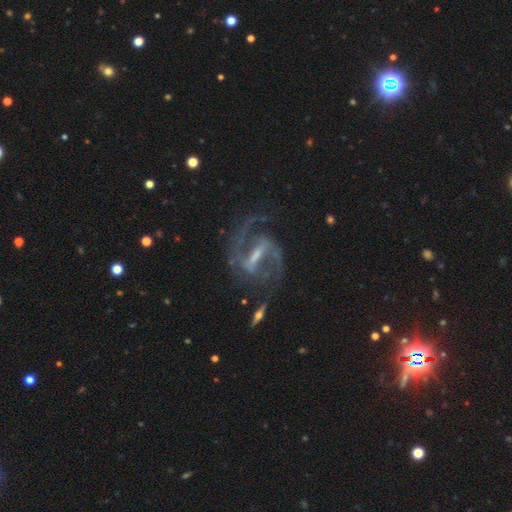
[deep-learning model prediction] Smooth or featured: featured or disk — 91% (star or artifact — 6%)
Edge-on disk: no — 96% (yes — 4%)
Bar: strong — 62% (weak — 32%)
Spiral arms: yes — 97% (no — 3%)
Spiral winding: medium — 60% (loose — 22%)
Spiral arm count: 2 — 89% (3 — 3%)
Bulge size: small — 46% (moderate — 26%)
Merging: none — 70% (minor disturbance — 15%)